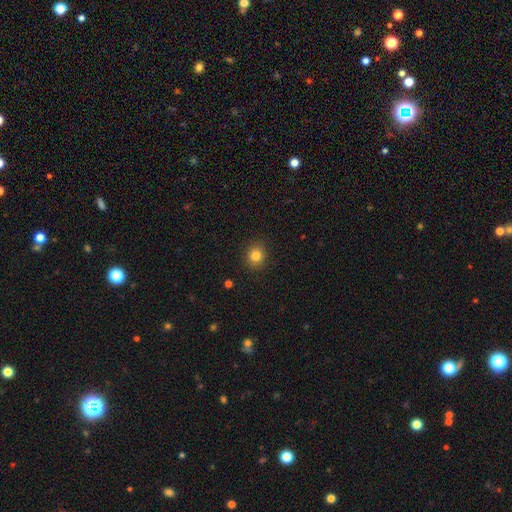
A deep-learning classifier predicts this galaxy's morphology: A smooth galaxy with no disk features (82%) that is round (81%). Merging: none (90%).